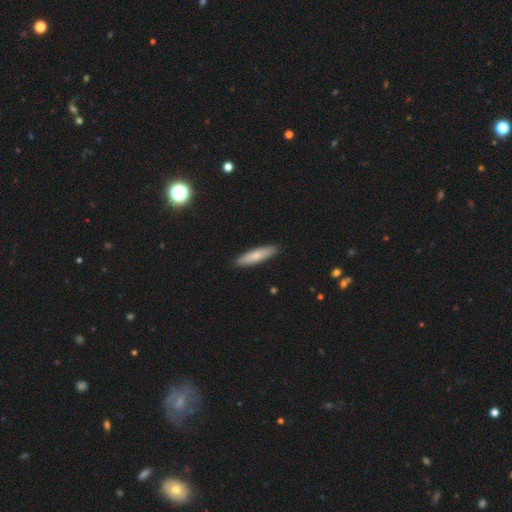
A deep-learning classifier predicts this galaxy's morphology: Smooth or featured? Predicted: smooth (p=0.75). How rounded? Predicted: cigar-shaped (p=0.77). Merging? Predicted: none (p=0.90).